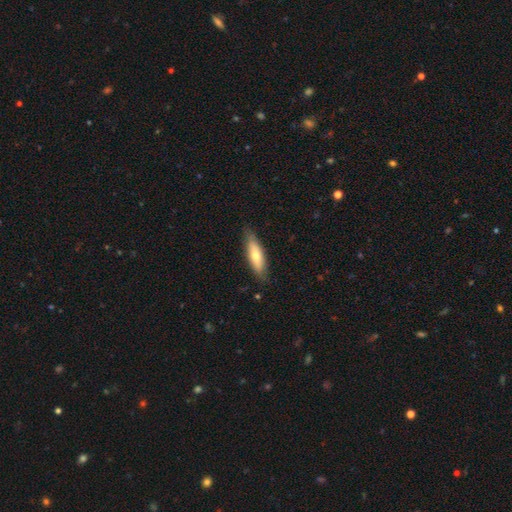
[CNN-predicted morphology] This appears to be a smooth galaxy with no disk features (64%) that is cigar-shaped (56%). Merging: none (82%).